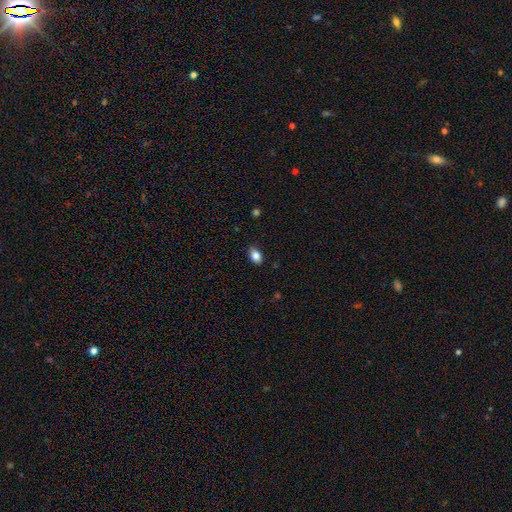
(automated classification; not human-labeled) Smooth or featured? smooth (85%)
How rounded? in between (81%)
Merging? none (83%)